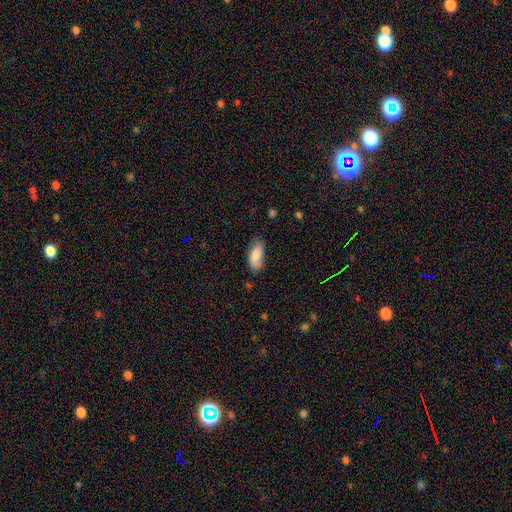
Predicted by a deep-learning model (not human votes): smooth_or_featured: smooth (p=0.86) [alt: featured or disk p=0.08]
how_rounded: in between (p=0.86) [alt: cigar-shaped p=0.12]
merging: none (p=0.66) [alt: minor disturbance p=0.27]